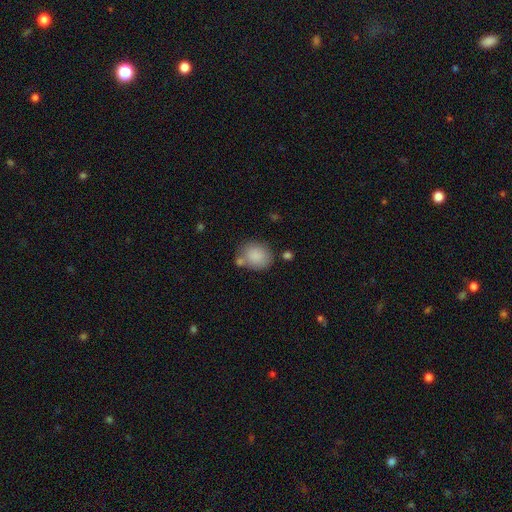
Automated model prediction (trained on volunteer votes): Smooth or featured? Predicted: smooth (p=0.86). How rounded? Predicted: round (p=0.57). Merging? Predicted: none (p=0.59).